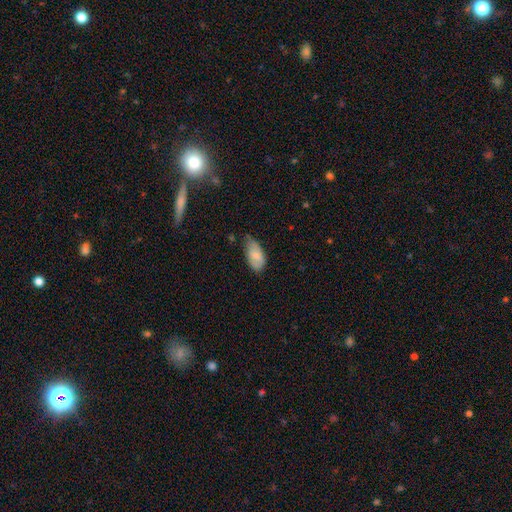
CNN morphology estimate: Smooth or featured: smooth — 76% (featured or disk — 17%)
How rounded: in between — 93% (cigar-shaped — 4%)
Merging: none — 45% (minor disturbance — 43%)